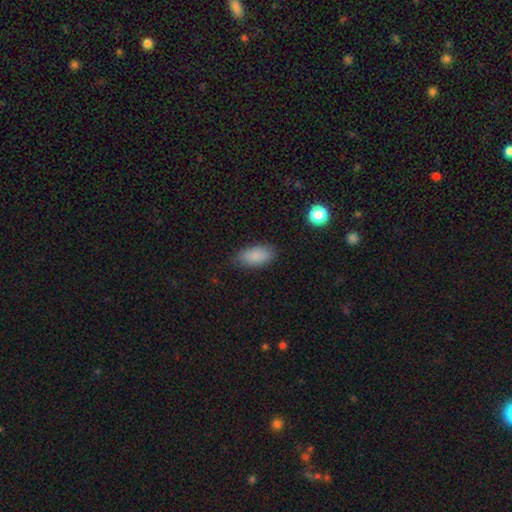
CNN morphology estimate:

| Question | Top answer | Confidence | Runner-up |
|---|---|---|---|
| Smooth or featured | smooth | 87% | star or artifact (7%) |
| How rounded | in between | 92% | cigar-shaped (5%) |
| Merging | none | 82% | minor disturbance (14%) |